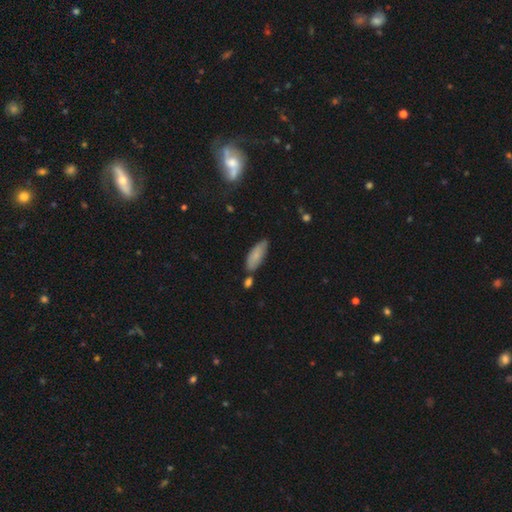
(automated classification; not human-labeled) Smooth or featured? Predicted: smooth (p=0.79). How rounded? Predicted: in between (p=0.72). Merging? Predicted: none (p=0.67).